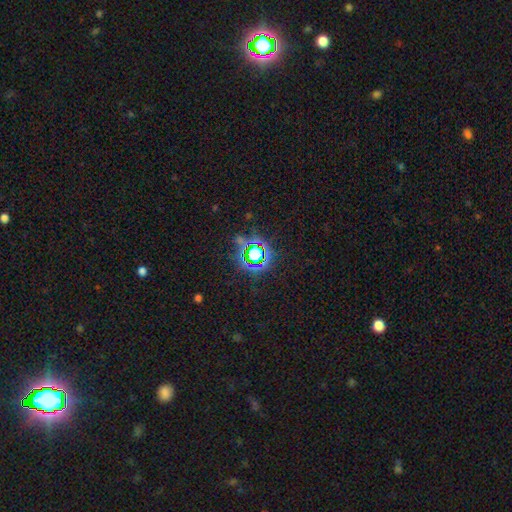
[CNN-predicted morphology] Smooth or featured: star or artifact — 78% (smooth — 13%)